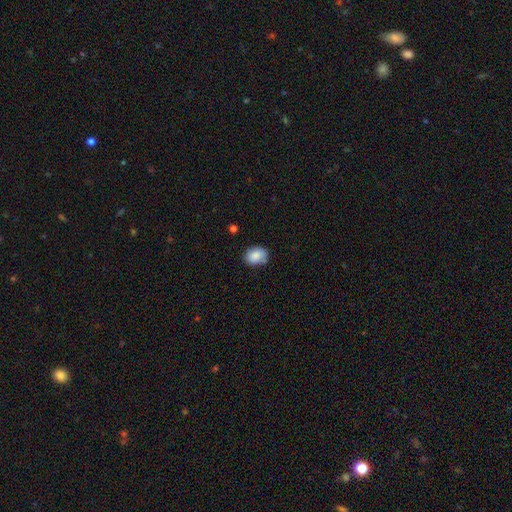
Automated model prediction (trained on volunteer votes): A smooth galaxy with no disk features (85%) that is in between round and cigar-shaped (66%).

Vote fractions:
- Smooth or featured? smooth: 85% / featured or disk: 8% / star or artifact: 8%
- How rounded? in between: 66% / round: 33% / cigar-shaped: 1%
- Merging? none: 73% / minor disturbance: 20% / merger: 3% / major disturbance: 3%